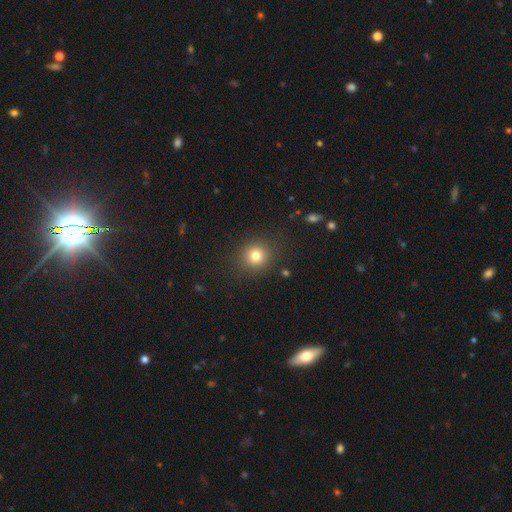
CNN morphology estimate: This appears to be a smooth galaxy with no disk features (79%) that is round (88%). Merging: none (88%).